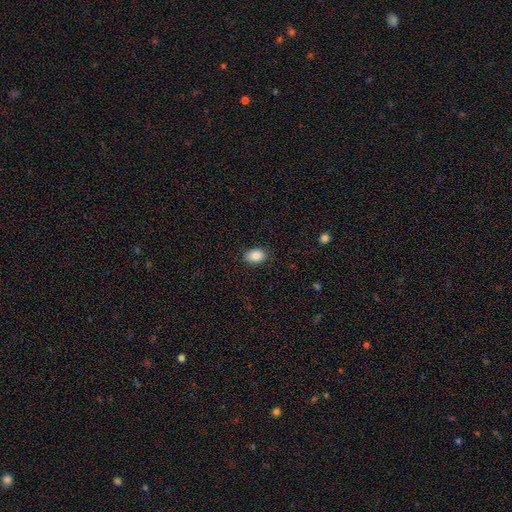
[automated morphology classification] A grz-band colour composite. It shows a smooth galaxy with no disk features (86%) that is in between round and cigar-shaped (85%). Merging: none (87%).